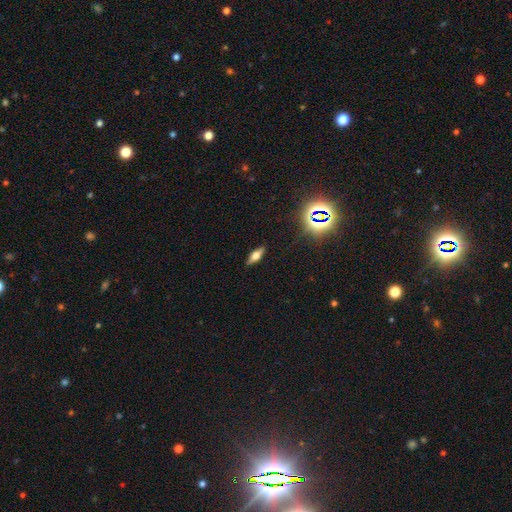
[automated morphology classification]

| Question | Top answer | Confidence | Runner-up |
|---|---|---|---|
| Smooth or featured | featured or disk | 44% | smooth (43%) |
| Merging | none | 88% | minor disturbance (9%) |